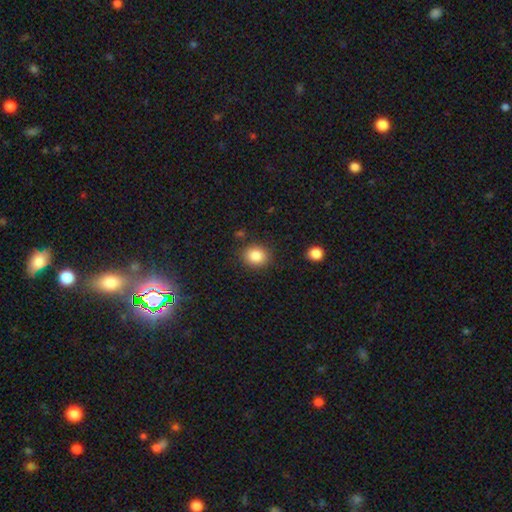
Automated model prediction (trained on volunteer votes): Smooth or featured? Predicted: smooth (p=0.86). How rounded? Predicted: round (p=0.70). Merging? Predicted: none (p=0.86).